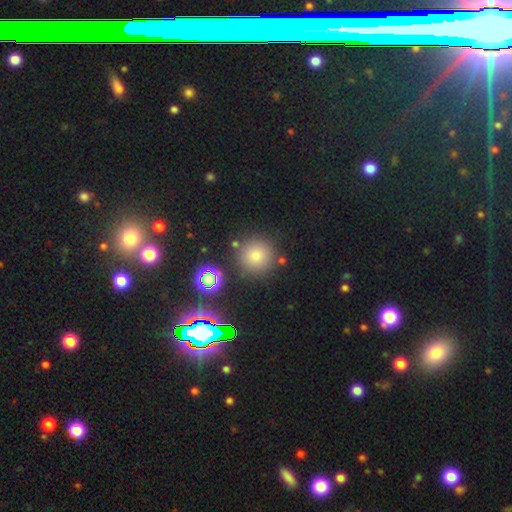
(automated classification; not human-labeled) smooth_or_featured: smooth (p=0.75) [alt: star or artifact p=0.18]
how_rounded: round (p=0.94) [alt: in between p=0.05]
merging: none (p=0.82) [alt: minor disturbance p=0.09]